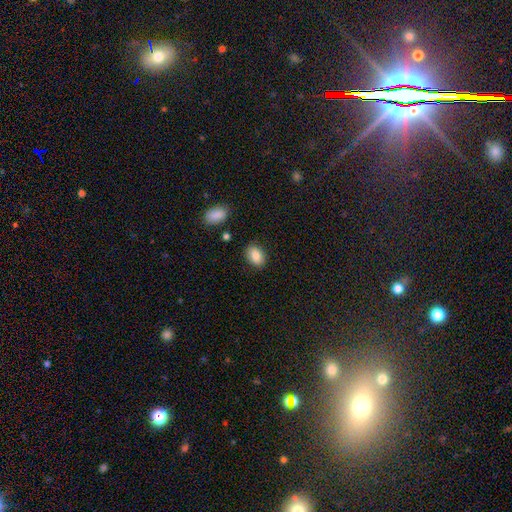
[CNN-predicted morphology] Q: Smooth or featured?
A: smooth (86%); runner-up: star or artifact (8%)
Q: How rounded?
A: in between (79%); runner-up: round (20%)
Q: Merging?
A: none (85%); runner-up: minor disturbance (10%)